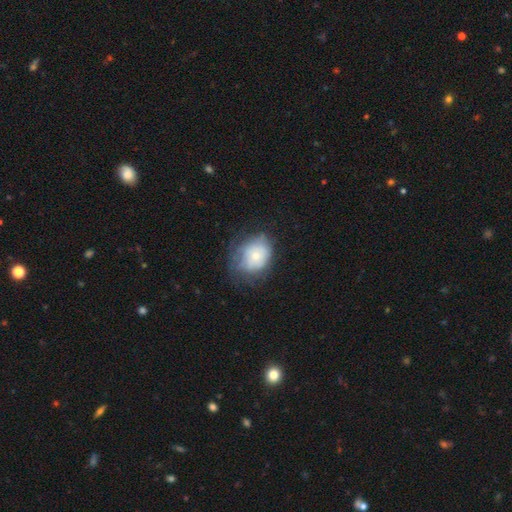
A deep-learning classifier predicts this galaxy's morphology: A smooth galaxy with no disk features (61%) that is round (50%, tied with in between). Merging: none (49%).